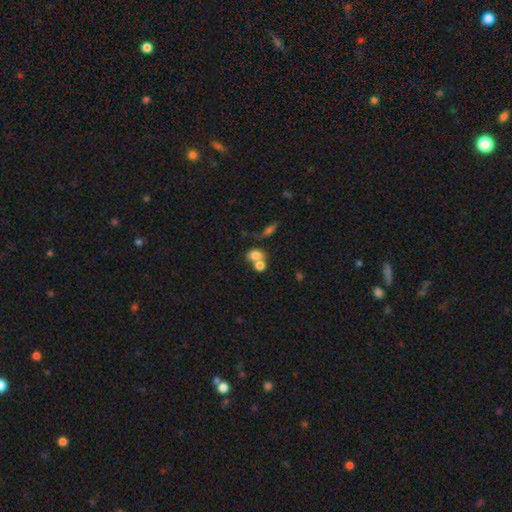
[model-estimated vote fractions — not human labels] smooth-or-featured: smooth: 75% | featured or disk: 14% | star or artifact: 11%
  how-rounded: in between: 56% | round: 43% | cigar-shaped: 2%
  merging: merger: 55% | none: 31% | minor disturbance: 9% | major disturbance: 5%